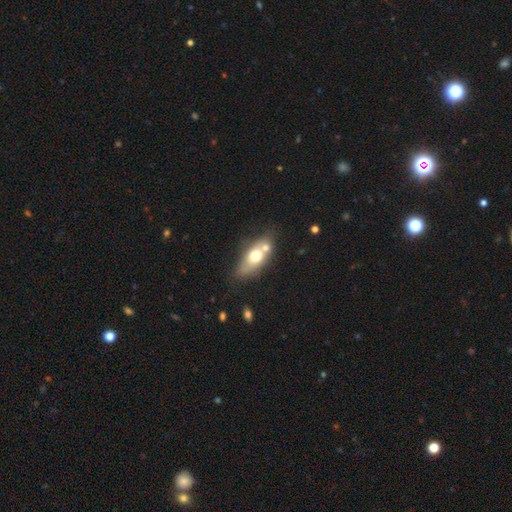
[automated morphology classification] This appears to be a smooth galaxy with no disk features (59%) that is in between round and cigar-shaped (74%). Merging: none (46%).